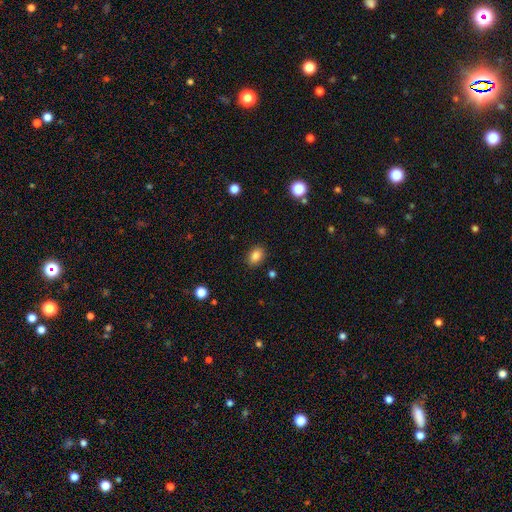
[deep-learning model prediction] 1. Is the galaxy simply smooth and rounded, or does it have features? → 85% smooth, 10% star or artifact, 5% featured or disk.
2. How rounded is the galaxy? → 73% in between, 26% round, 1% cigar-shaped.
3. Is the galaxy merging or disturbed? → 87% none, 9% minor disturbance, 3% major disturbance, 1% merger.